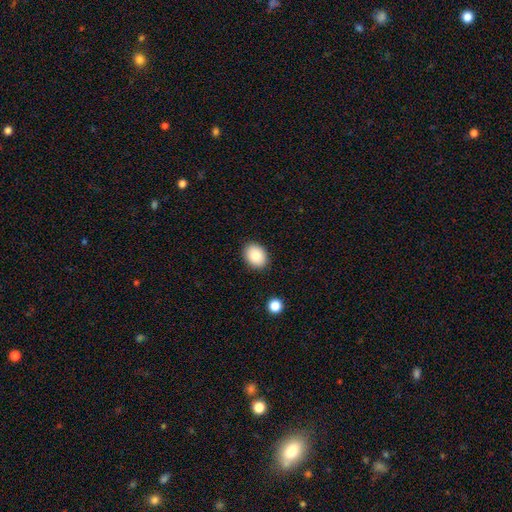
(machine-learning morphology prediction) A smooth galaxy with no disk features (85%) that is in between round and cigar-shaped (62%).

Vote fractions:
- Smooth or featured? smooth: 85% / star or artifact: 8% / featured or disk: 7%
- How rounded? in between: 62% / round: 37% / cigar-shaped: 1%
- Merging? none: 89% / minor disturbance: 8% / major disturbance: 2% / merger: 1%